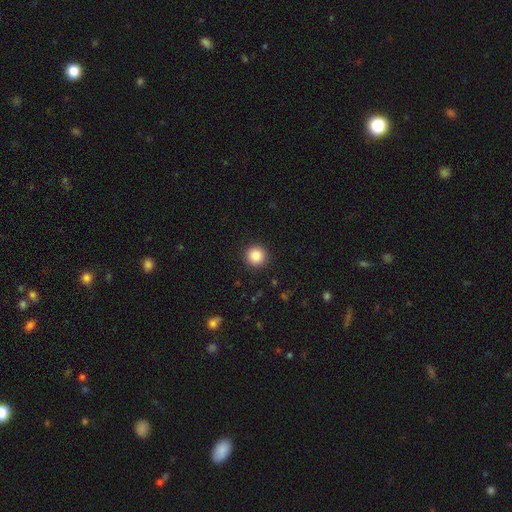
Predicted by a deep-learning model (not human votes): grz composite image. It shows a smooth galaxy with no disk features (86%) that is round (95%). Merging: none (92%).